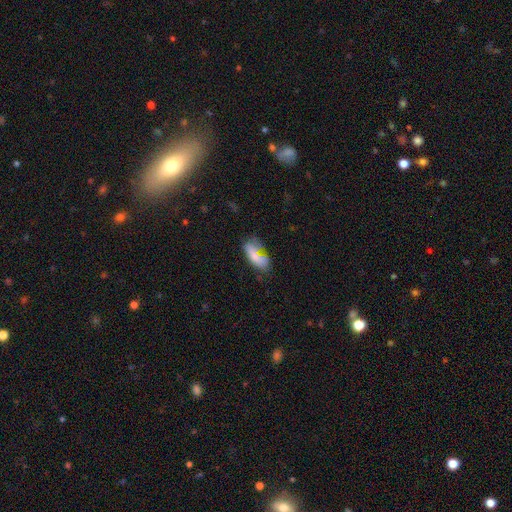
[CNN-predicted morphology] Q: Smooth or featured?
A: smooth (73%); runner-up: featured or disk (18%)
Q: How rounded?
A: in between (80%); runner-up: cigar-shaped (16%)
Q: Merging?
A: none (43%); runner-up: minor disturbance (26%)